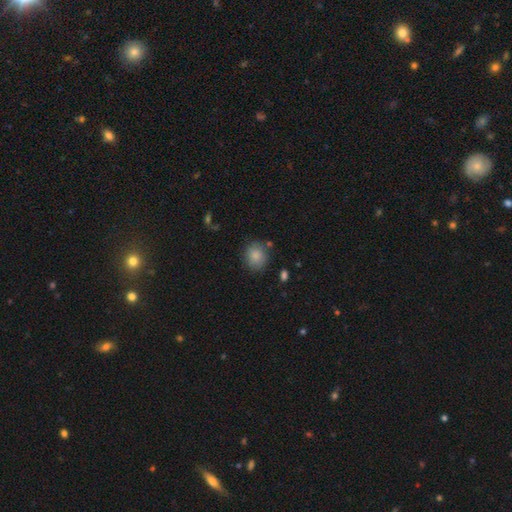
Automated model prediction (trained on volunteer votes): A smooth galaxy with no disk features (85%) that is round (76%). Merging: none (80%).